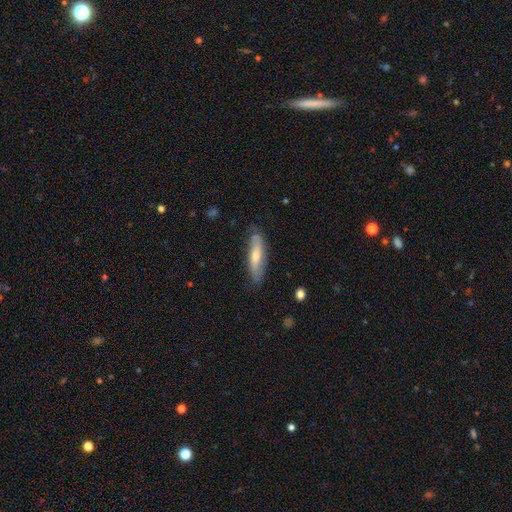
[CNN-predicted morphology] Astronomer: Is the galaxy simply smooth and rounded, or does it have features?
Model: smooth — 48% (runner-up: featured or disk, 45%).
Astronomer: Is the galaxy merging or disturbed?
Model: none — 77%.